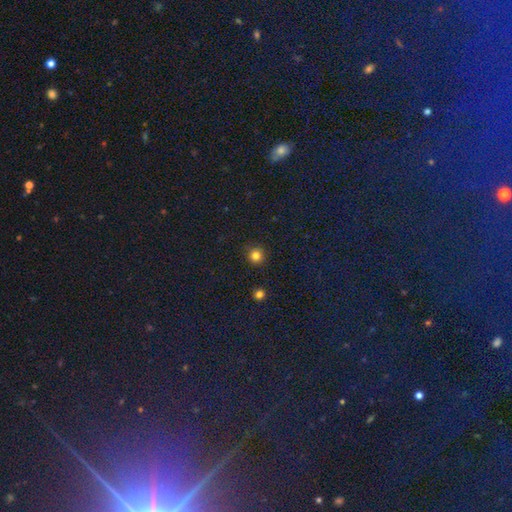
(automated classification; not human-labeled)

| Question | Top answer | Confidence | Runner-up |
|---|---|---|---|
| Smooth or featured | smooth | 81% | star or artifact (14%) |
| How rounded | round | 94% | in between (5%) |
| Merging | none | 91% | minor disturbance (6%) |